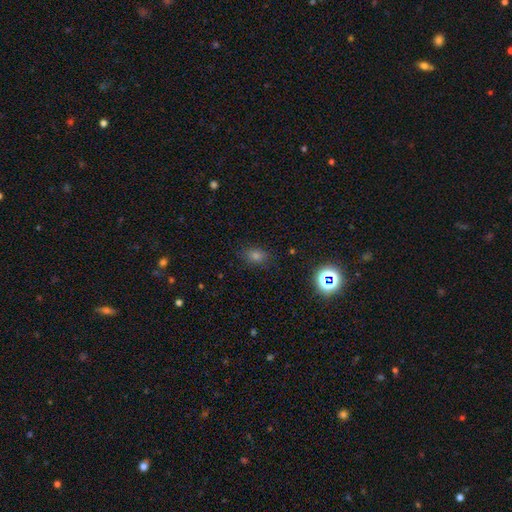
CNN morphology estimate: The model was most divided on "how rounded": in between: 64%, round: 35%, cigar-shaped: 2%. More confident: merging — none (84%); smooth or featured — smooth (65%).